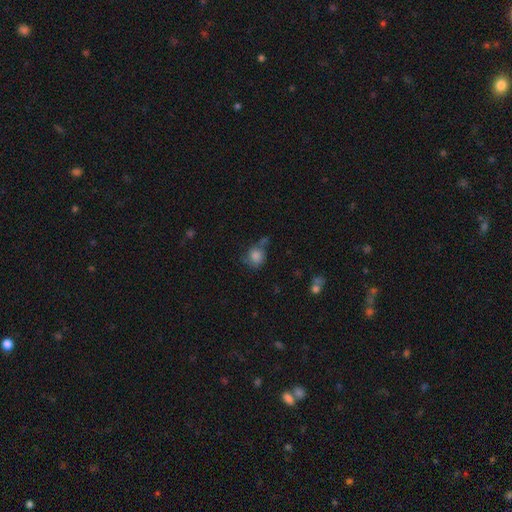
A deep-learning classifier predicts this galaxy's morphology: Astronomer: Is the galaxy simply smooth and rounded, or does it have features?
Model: smooth — 81%.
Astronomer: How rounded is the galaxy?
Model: round — 79%.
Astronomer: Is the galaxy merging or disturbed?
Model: none — 49%.